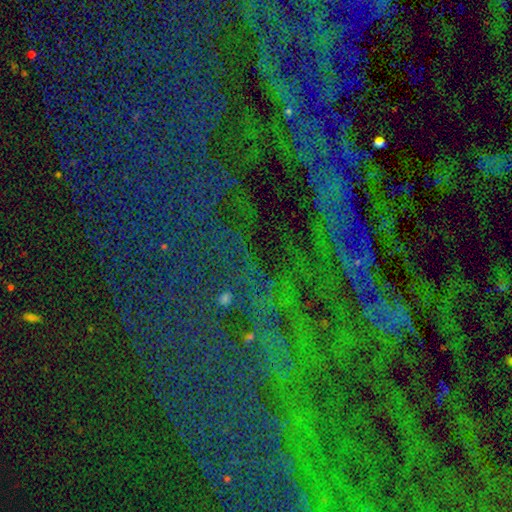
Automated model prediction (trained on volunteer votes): Smooth or featured? star or artifact (81%)